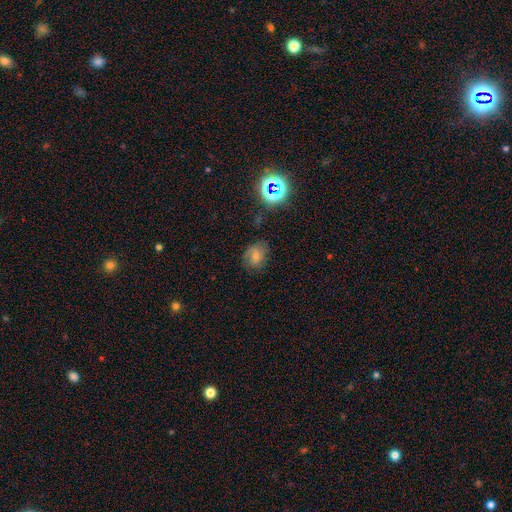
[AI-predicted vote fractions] smooth 55%, featured or disk 27%, star or artifact 19%. Down the decision tree: how rounded — in between (61%); merging — none (62%).